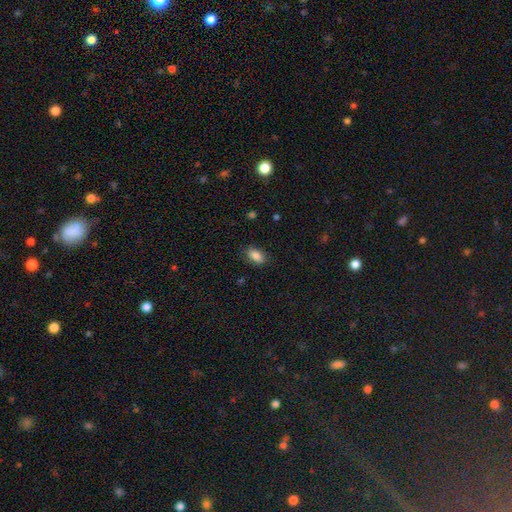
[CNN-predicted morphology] This is clearly a smooth galaxy (86%). How rounded: clearly in between (90%). Merging: clearly none (83%).